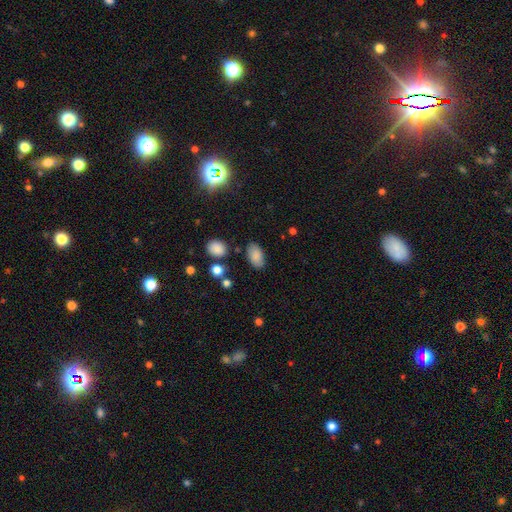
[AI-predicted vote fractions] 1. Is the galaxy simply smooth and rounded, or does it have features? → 85% smooth, 9% star or artifact, 6% featured or disk.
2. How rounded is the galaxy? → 93% in between, 6% round, 2% cigar-shaped.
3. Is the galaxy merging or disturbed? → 81% none, 12% minor disturbance, 3% major disturbance, 3% merger.